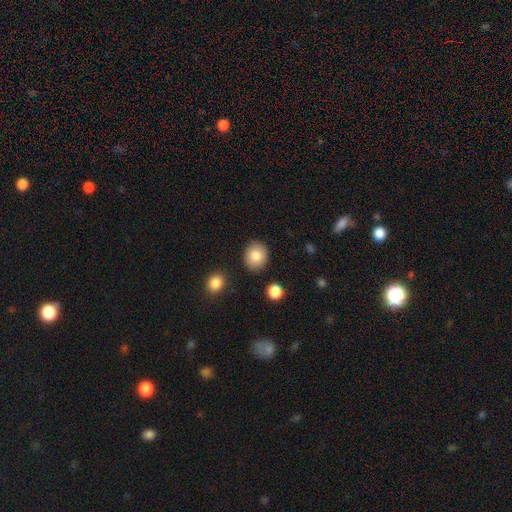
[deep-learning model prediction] This appears to be a smooth galaxy with no disk features (82%) that is round (67%). Merging: none (86%).